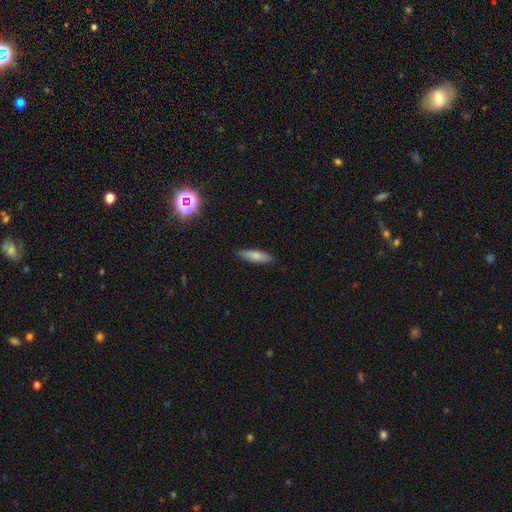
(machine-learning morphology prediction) smooth-or-featured: smooth: 76% | featured or disk: 17% | star or artifact: 7%
  how-rounded: cigar-shaped: 65% | in between: 33% | round: 2%
  merging: none: 88% | minor disturbance: 9% | major disturbance: 2% | merger: 1%